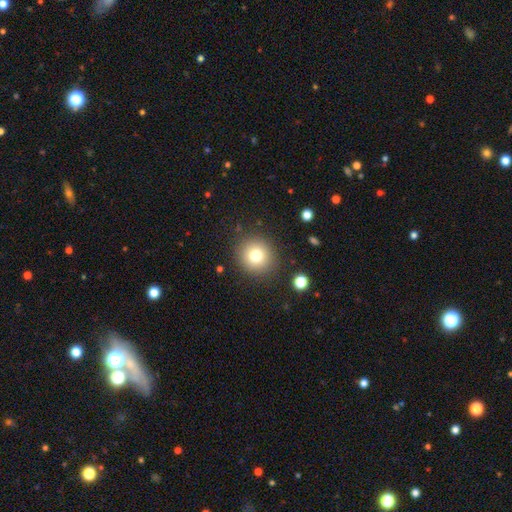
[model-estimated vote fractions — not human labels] Overall: smooth (77%). How rounded: round (90%). Merging: none (88%).